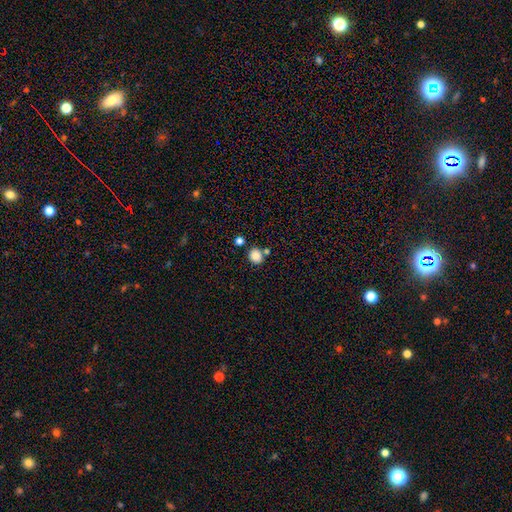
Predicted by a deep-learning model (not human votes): The model was most divided on "how rounded": round: 72%, in between: 27%, cigar-shaped: 1%. More confident: smooth or featured — smooth (85%); merging — none (72%).